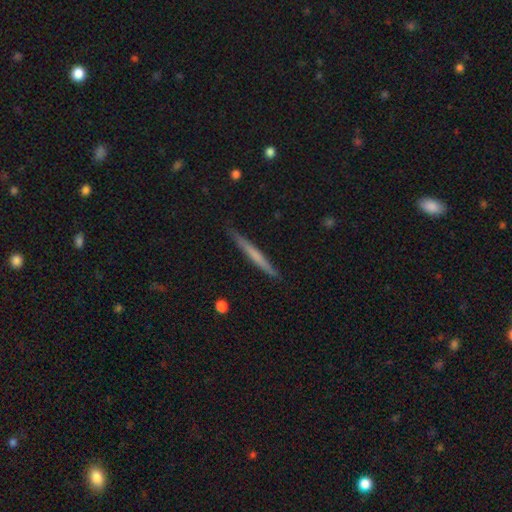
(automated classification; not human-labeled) Smooth or featured? Predicted: smooth (p=0.54). How rounded? Predicted: cigar-shaped (p=0.97). Merging? Predicted: none (p=0.88).